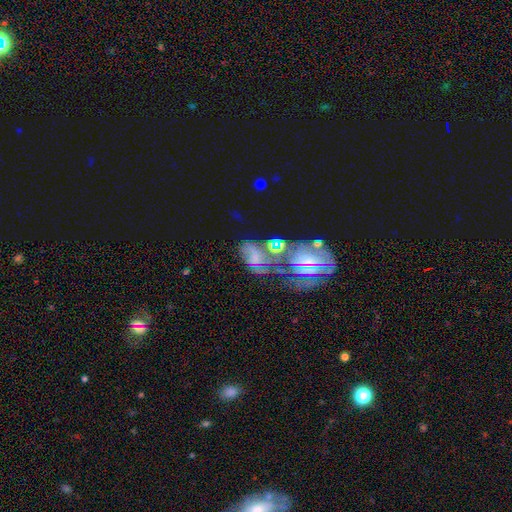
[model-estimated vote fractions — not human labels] featured or disk 57%, smooth 24%, star or artifact 19%. Down the decision tree: edge-on disk — no (96%); bar — no (63%); spiral arms — yes (63%); bulge size — none (42%); merging — merger (33%).